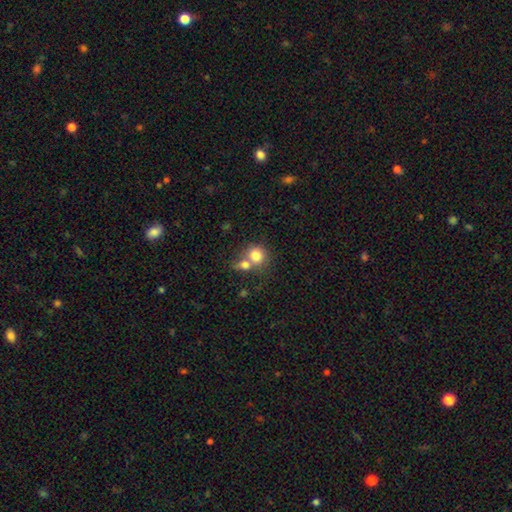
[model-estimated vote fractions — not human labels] Q: Smooth or featured?
A: smooth (79%); runner-up: featured or disk (11%)
Q: How rounded?
A: round (79%); runner-up: in between (20%)
Q: Merging?
A: merger (51%); runner-up: none (38%)